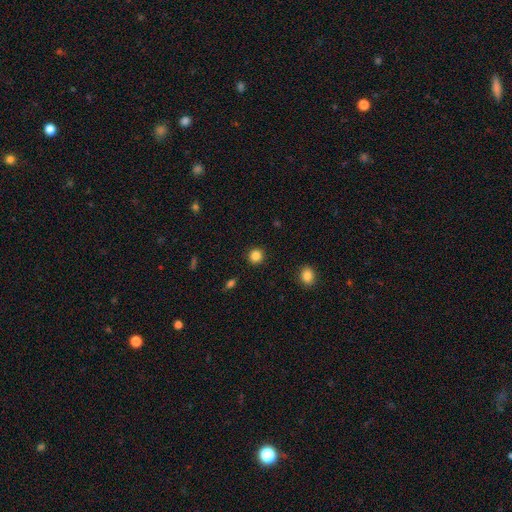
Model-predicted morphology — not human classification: type=smooth (86%); roundness=round (92%); merging=none (91%).